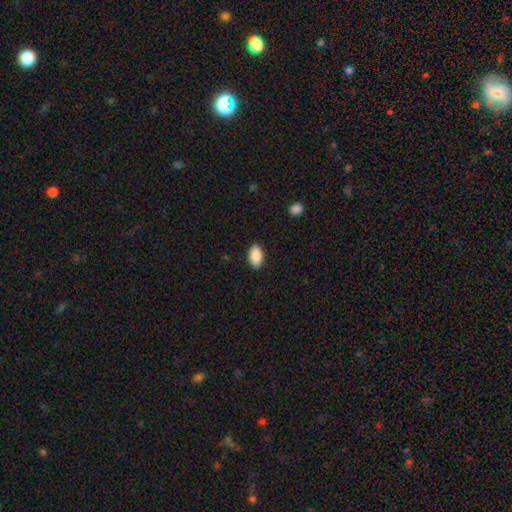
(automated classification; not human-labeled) smooth-or-featured: smooth: 89% | star or artifact: 7% | featured or disk: 4%
  how-rounded: in between: 94% | round: 4% | cigar-shaped: 3%
  merging: none: 88% | minor disturbance: 9% | major disturbance: 2% | merger: 1%